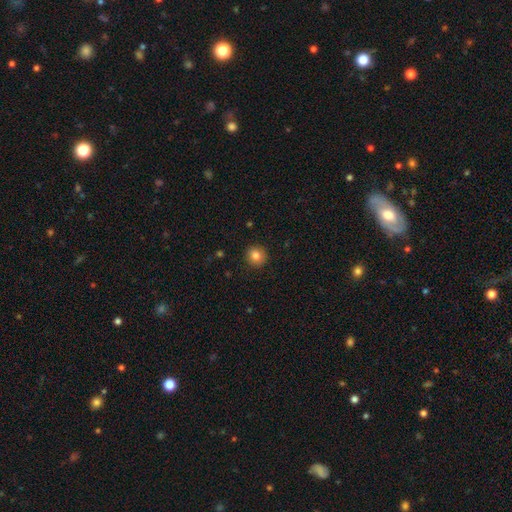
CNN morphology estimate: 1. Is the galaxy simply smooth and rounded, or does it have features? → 83% smooth, 11% star or artifact, 7% featured or disk.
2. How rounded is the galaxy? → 92% round, 7% in between, 1% cigar-shaped.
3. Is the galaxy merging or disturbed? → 92% none, 6% minor disturbance, 2% major disturbance, 1% merger.